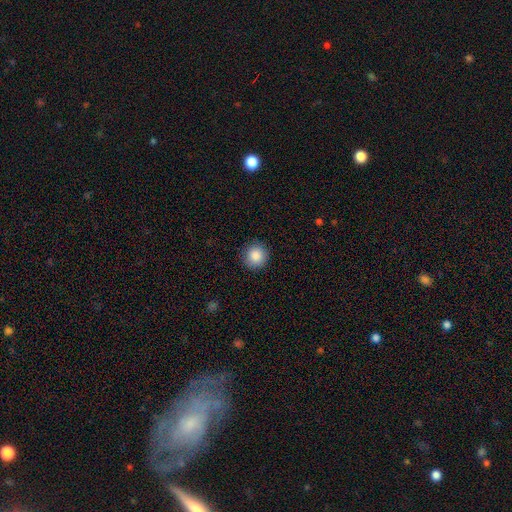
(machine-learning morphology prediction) smooth-or-featured: smooth: 87% | star or artifact: 9% | featured or disk: 4%
  how-rounded: round: 94% | in between: 5% | cigar-shaped: 1%
  merging: none: 91% | minor disturbance: 7% | major disturbance: 2% | merger: 1%